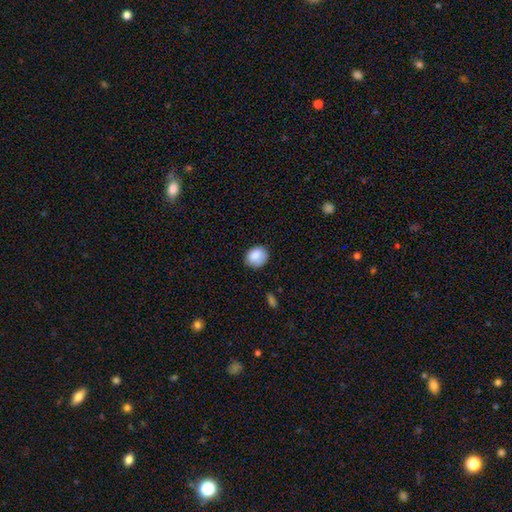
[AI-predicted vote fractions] This is clearly a smooth galaxy (85%). How rounded: possibly round (55%). Merging: likely none (73%).